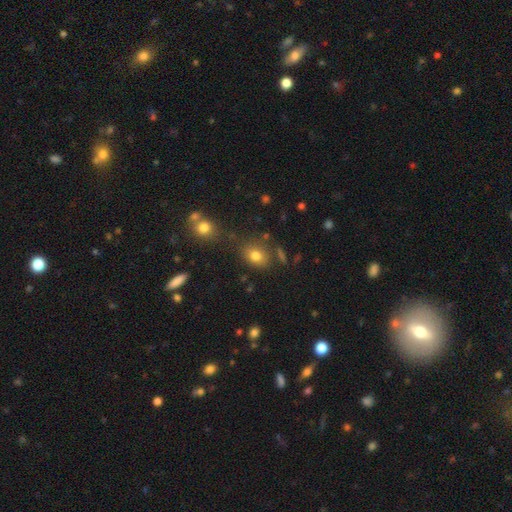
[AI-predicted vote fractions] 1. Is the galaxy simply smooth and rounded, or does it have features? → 78% smooth, 13% star or artifact, 9% featured or disk.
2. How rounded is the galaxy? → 60% in between, 39% round, 1% cigar-shaped.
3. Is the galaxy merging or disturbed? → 71% none, 14% minor disturbance, 9% merger, 5% major disturbance.